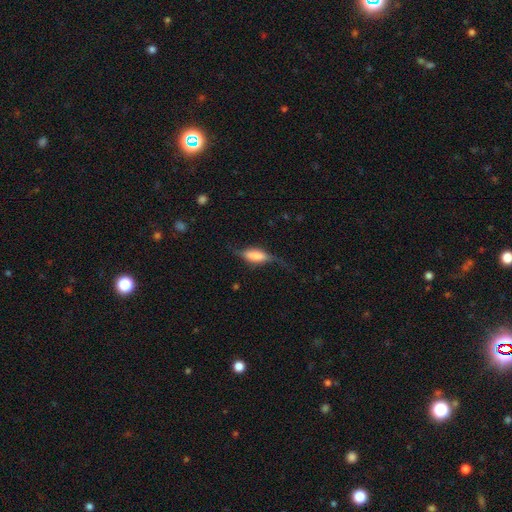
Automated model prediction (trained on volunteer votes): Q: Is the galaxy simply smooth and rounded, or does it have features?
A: smooth — 50%.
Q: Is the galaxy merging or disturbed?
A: none — 47%.